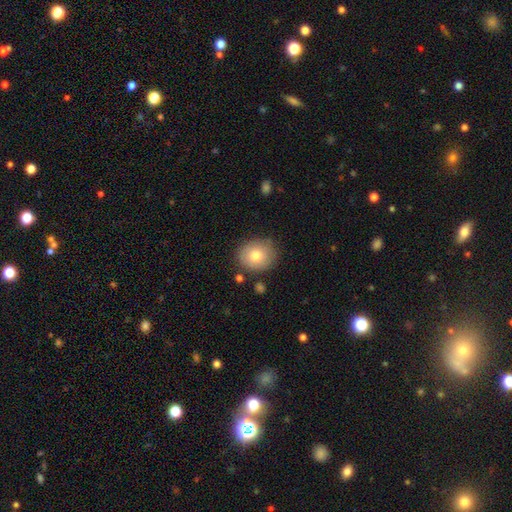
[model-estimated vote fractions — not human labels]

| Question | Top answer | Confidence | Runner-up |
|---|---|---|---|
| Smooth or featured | smooth | 79% | featured or disk (13%) |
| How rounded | round | 71% | in between (29%) |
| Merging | none | 79% | minor disturbance (15%) |